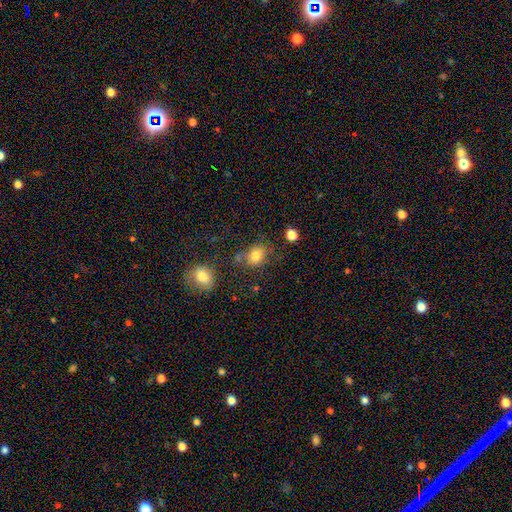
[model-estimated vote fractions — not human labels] smooth_or_featured: smooth (p=0.78) [alt: star or artifact p=0.13]
how_rounded: round (p=0.50) [alt: in between p=0.49]
merging: none (p=0.61) [alt: minor disturbance p=0.20]